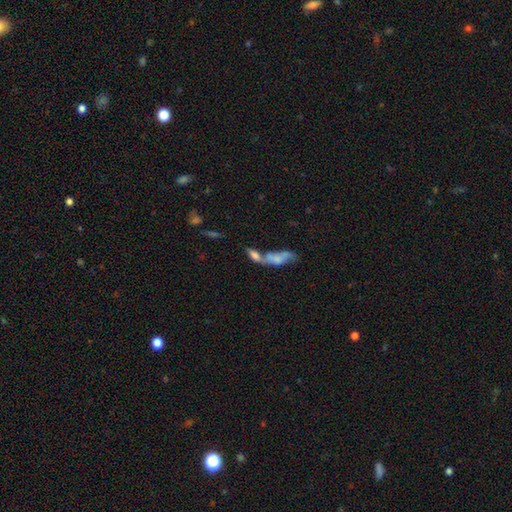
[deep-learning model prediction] smooth 48%, featured or disk 39%, star or artifact 13%. Down the decision tree: merging — merger (57%).